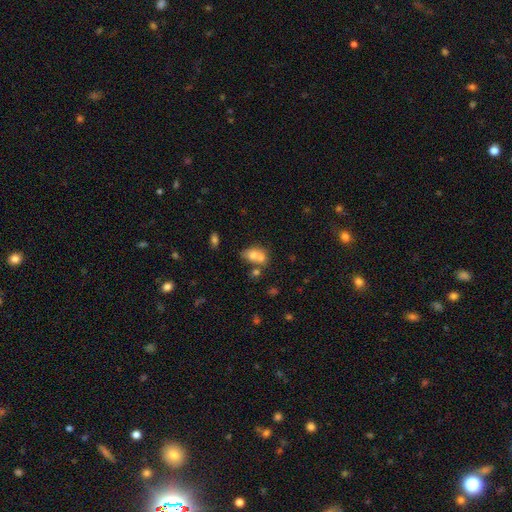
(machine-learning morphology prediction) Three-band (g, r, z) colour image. It shows a smooth galaxy with no disk features (70%) that is in between round and cigar-shaped (72%). Merging: merger (58%).